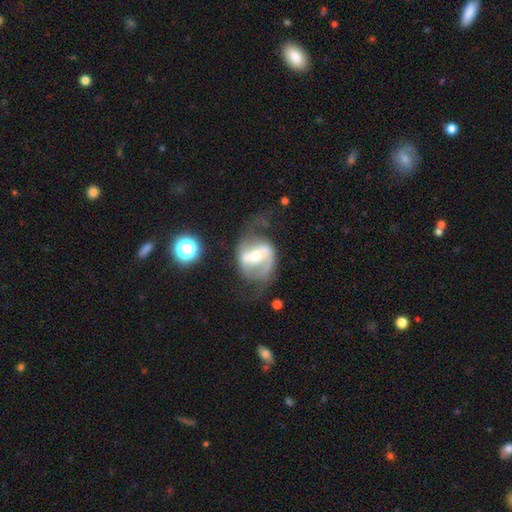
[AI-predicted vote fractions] The model was most divided on "spiral winding" (2-way tie): medium: 43%, loose: 43%, tight: 14%. More confident: edge-on disk — no (96%); spiral arms — yes (86%); spiral arm count — 2 (85%); smooth or featured — featured or disk (81%); merging — none (55%); bar — strong (52%); bulge size — moderate (50%).